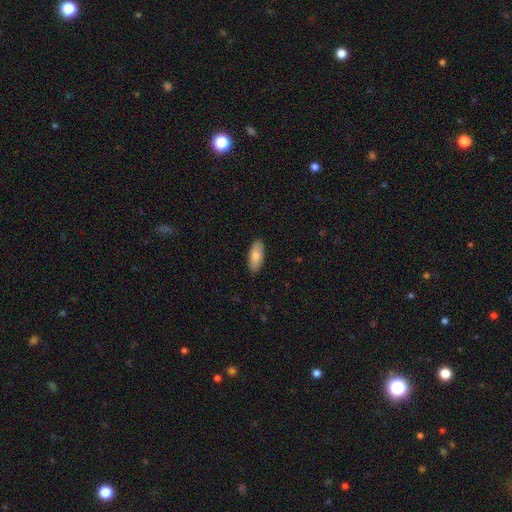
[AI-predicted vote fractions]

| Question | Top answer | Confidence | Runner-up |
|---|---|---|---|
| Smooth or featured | smooth | 81% | featured or disk (13%) |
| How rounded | in between | 84% | cigar-shaped (14%) |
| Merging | none | 89% | minor disturbance (9%) |